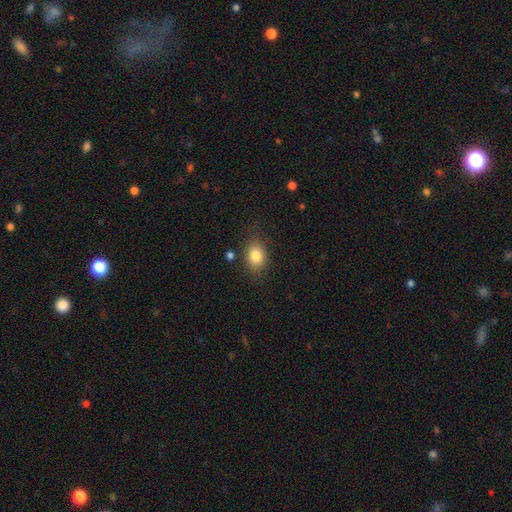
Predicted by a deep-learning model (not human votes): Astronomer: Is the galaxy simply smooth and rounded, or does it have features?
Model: smooth — 82%.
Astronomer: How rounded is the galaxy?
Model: in between — 68%.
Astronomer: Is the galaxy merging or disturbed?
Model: none — 78%.